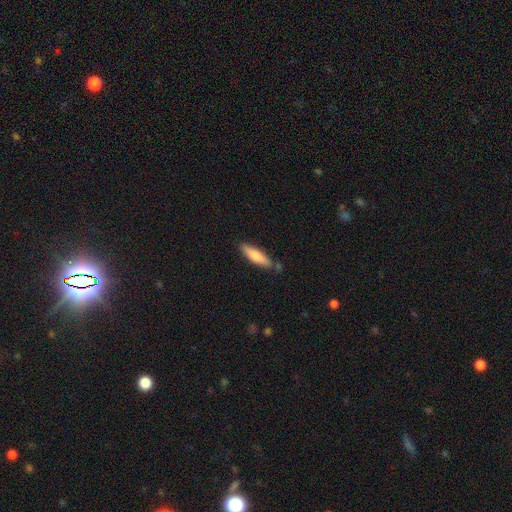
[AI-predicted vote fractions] smooth-or-featured: smooth: 74% | featured or disk: 21% | star or artifact: 5%
  how-rounded: cigar-shaped: 70% | in between: 29% | round: 1%
  merging: none: 79% | minor disturbance: 13% | merger: 5% | major disturbance: 2%